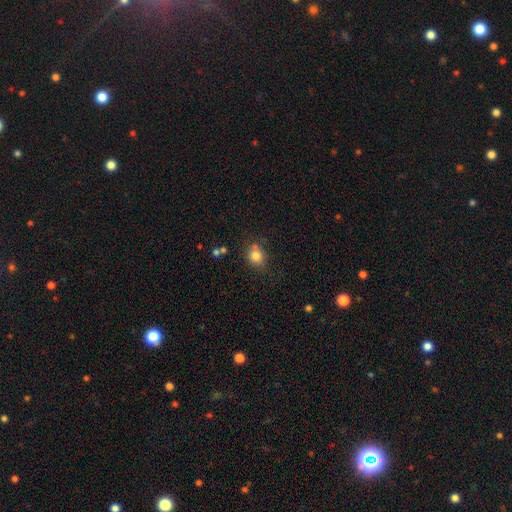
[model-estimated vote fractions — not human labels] Smooth or featured?
  - smooth: 81% *
  - star or artifact: 11%
  - featured or disk: 8%
How rounded?
  - round: 63% *
  - in between: 36%
  - cigar-shaped: 1%
Merging?
  - none: 67% *
  - minor disturbance: 18%
  - merger: 9%
  - major disturbance: 5%